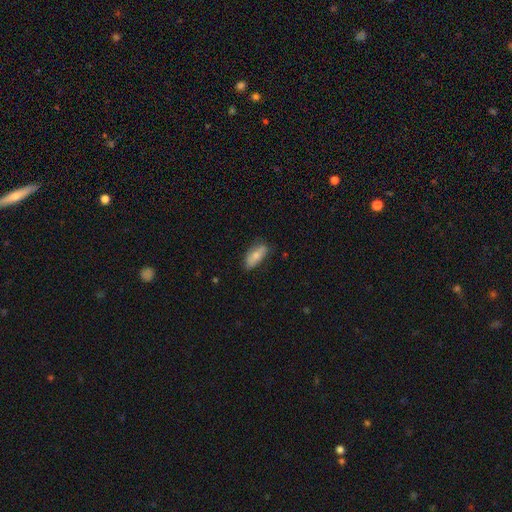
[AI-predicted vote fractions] Morphology: type=smooth (71%); roundness=in between (82%); merging=none (70%).